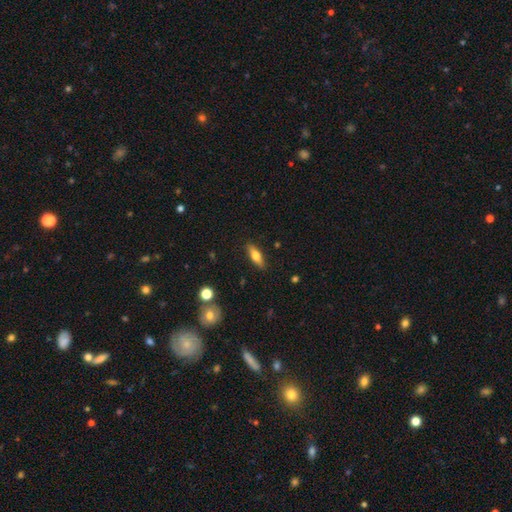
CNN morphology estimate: Smooth or featured: smooth — 65% (featured or disk — 28%)
How rounded: in between — 58% (cigar-shaped — 39%)
Merging: none — 87% (minor disturbance — 9%)